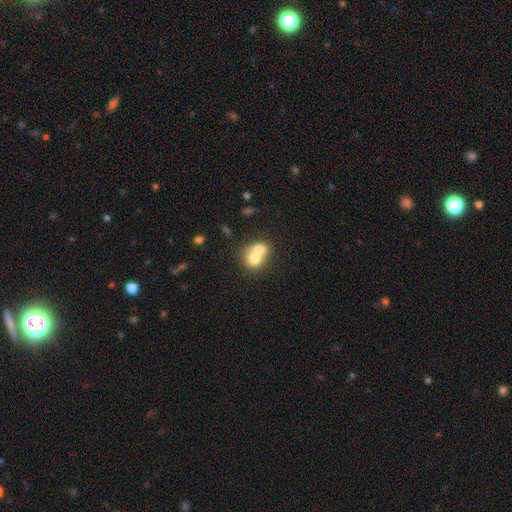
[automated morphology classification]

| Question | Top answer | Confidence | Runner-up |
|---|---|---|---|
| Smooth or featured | smooth | 70% | featured or disk (22%) |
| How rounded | round | 66% | in between (33%) |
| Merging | merger | 72% | none (20%) |